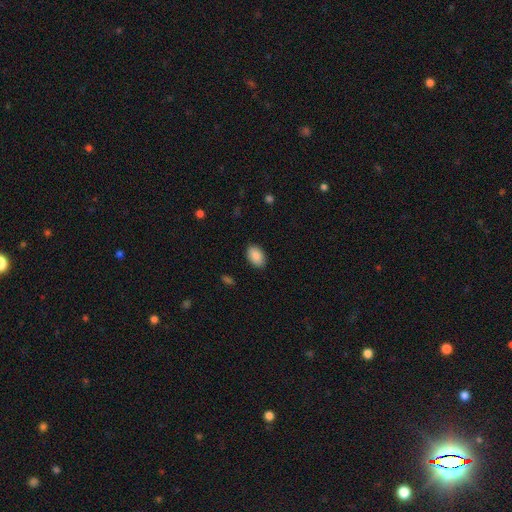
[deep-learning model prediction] The model was most divided on "merging": none: 88%, minor disturbance: 9%, major disturbance: 2%, merger: 1%. More confident: how rounded — in between (90%); smooth or featured — smooth (90%).